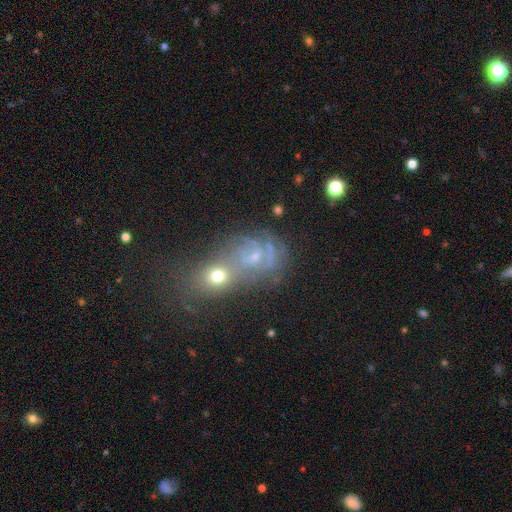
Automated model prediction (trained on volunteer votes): Smooth or featured? featured or disk (58%)
Edge-on disk? no (95%)
Bar? no (62%)
Spiral arms? yes (79%)
Bulge size? small (67%)
Merging? none (43%)